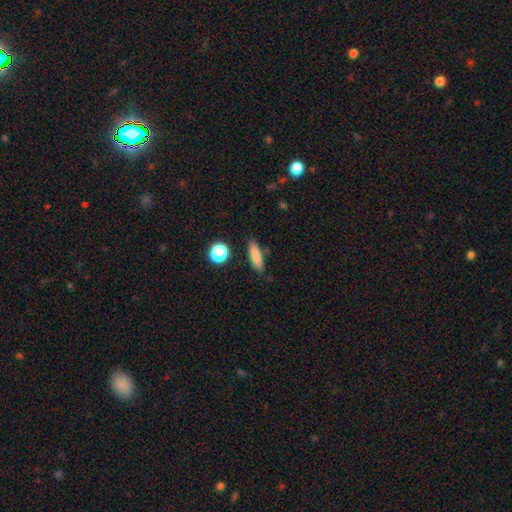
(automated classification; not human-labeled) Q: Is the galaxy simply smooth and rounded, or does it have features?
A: smooth — 82%.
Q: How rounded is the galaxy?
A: cigar-shaped — 52%.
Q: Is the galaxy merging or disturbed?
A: none — 84%.